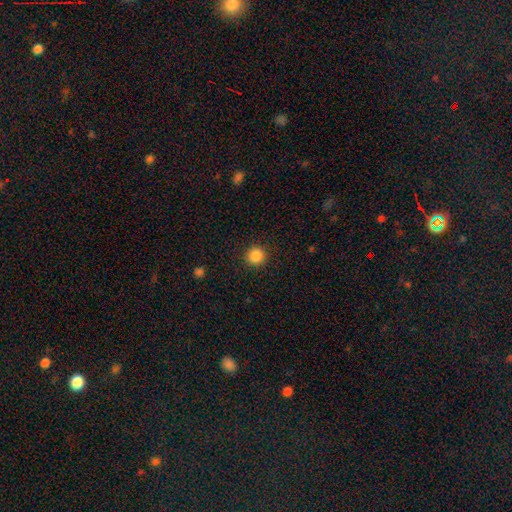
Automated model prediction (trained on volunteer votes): smooth_or_featured: smooth (p=0.86) [alt: star or artifact p=0.10]
how_rounded: round (p=0.94) [alt: in between p=0.05]
merging: none (p=0.92) [alt: minor disturbance p=0.05]